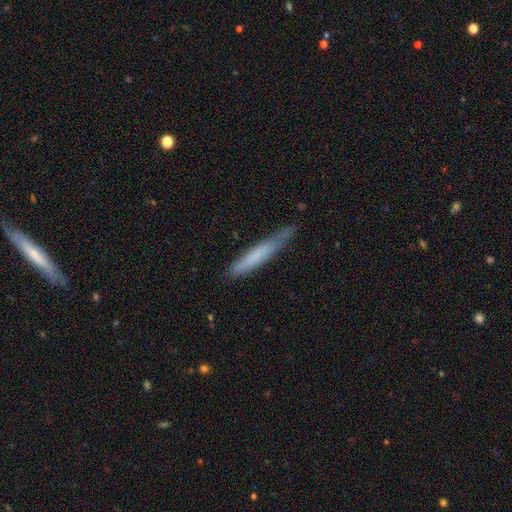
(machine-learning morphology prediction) Smooth or featured? Predicted: smooth (p=0.62). How rounded? Predicted: cigar-shaped (p=0.94). Merging? Predicted: none (p=0.66).